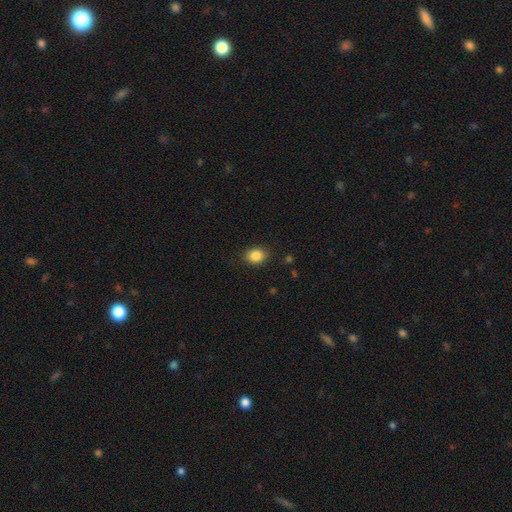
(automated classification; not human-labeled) Smooth or featured? smooth (86%)
How rounded? round (50%)
Merging? none (86%)